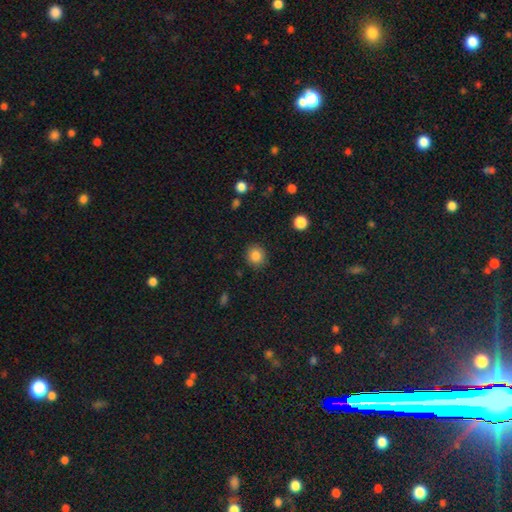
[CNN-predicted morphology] Smooth or featured? smooth (85%)
How rounded? round (90%)
Merging? none (90%)